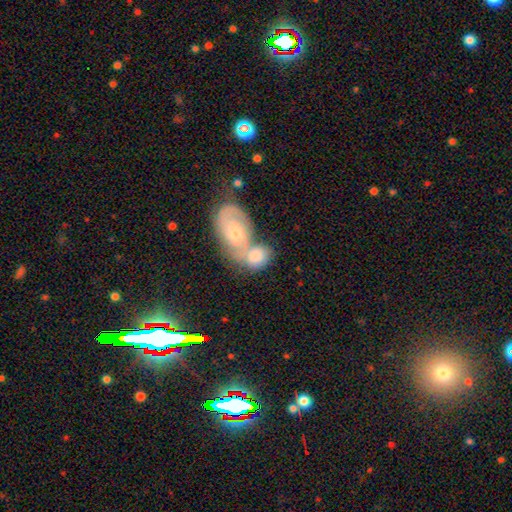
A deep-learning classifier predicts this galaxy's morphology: Smooth or featured? smooth (54%)
How rounded? in between (69%)
Merging? merger (63%)